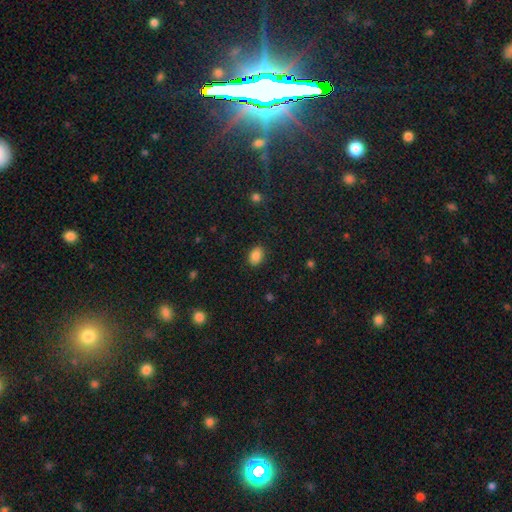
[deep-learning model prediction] A smooth galaxy with no disk features (87%) that is in between round and cigar-shaped (79%).

Vote fractions:
- Smooth or featured? smooth: 87% / star or artifact: 9% / featured or disk: 5%
- How rounded? in between: 79% / round: 20% / cigar-shaped: 1%
- Merging? none: 87% / minor disturbance: 10% / major disturbance: 3% / merger: 1%